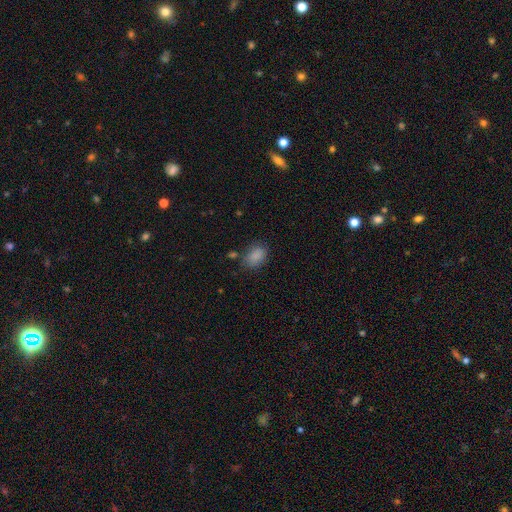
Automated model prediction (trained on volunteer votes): Smooth or featured: smooth — 86% (star or artifact — 10%)
How rounded: in between — 78% (round — 21%)
Merging: none — 72% (minor disturbance — 18%)